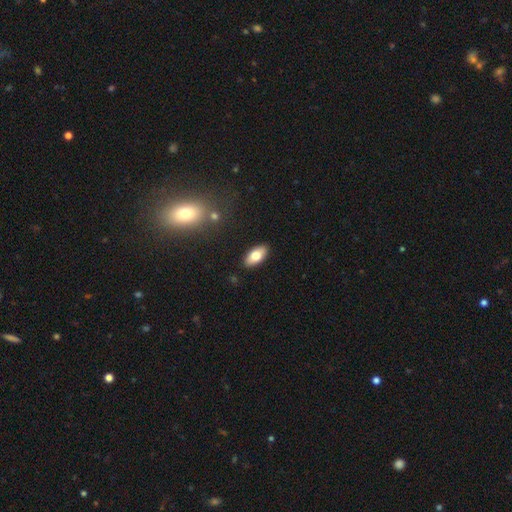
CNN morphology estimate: smooth_or_featured: smooth (p=0.76) [alt: featured or disk p=0.17]
how_rounded: in between (p=0.90) [alt: cigar-shaped p=0.07]
merging: none (p=0.89) [alt: minor disturbance p=0.08]